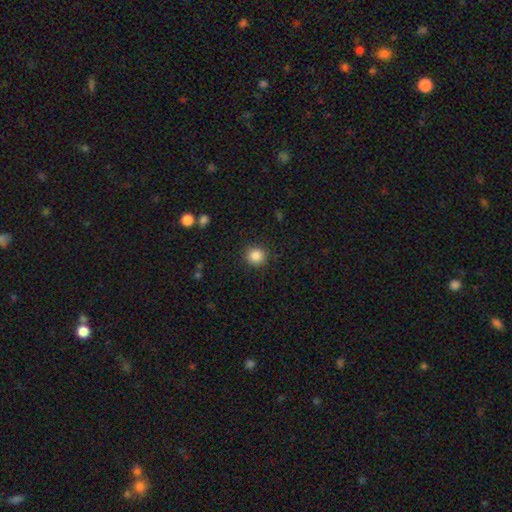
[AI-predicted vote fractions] smooth-or-featured: smooth: 86% | star or artifact: 10% | featured or disk: 3%
  how-rounded: round: 91% | in between: 8% | cigar-shaped: 1%
  merging: none: 90% | minor disturbance: 7% | major disturbance: 2% | merger: 1%